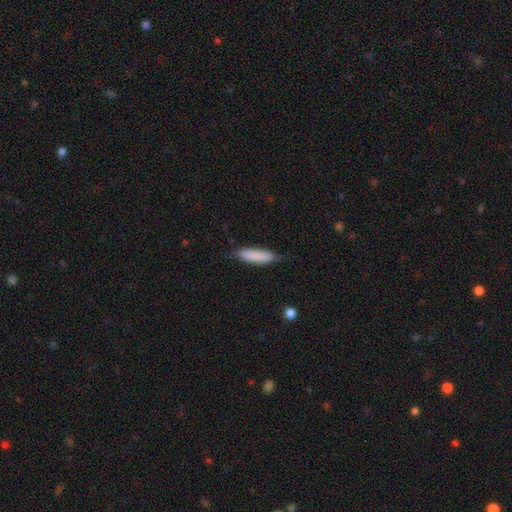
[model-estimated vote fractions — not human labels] Smooth or featured?
  - smooth: 85% *
  - featured or disk: 9%
  - star or artifact: 6%
How rounded?
  - cigar-shaped: 65% *
  - in between: 33%
  - round: 1%
Merging?
  - none: 78% *
  - minor disturbance: 17%
  - major disturbance: 3%
  - merger: 1%